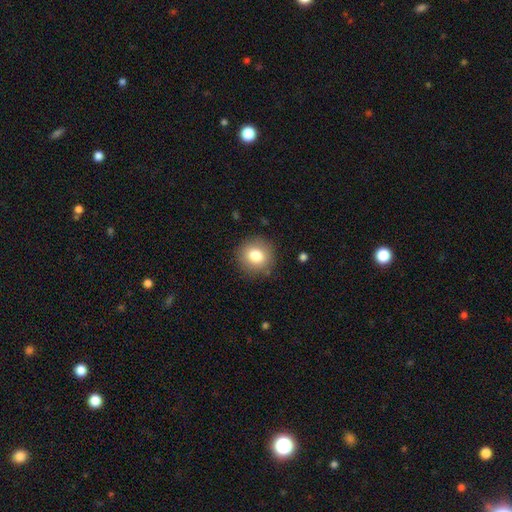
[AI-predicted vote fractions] This appears to be a smooth galaxy with no disk features (81%) that is round (91%). Merging: none (88%).